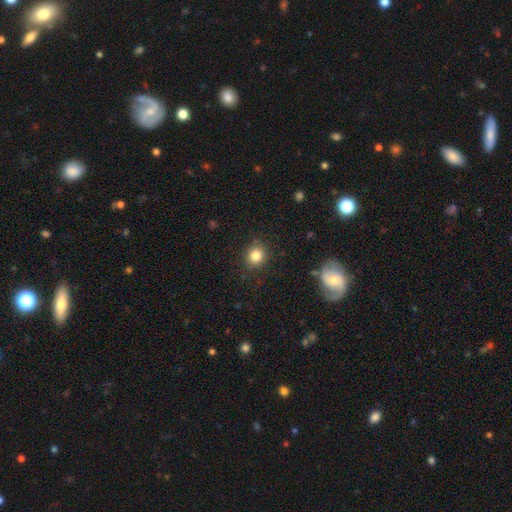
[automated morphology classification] Smooth or featured: smooth — 82% (star or artifact — 11%)
How rounded: round — 83% (in between — 16%)
Merging: none — 86% (minor disturbance — 10%)